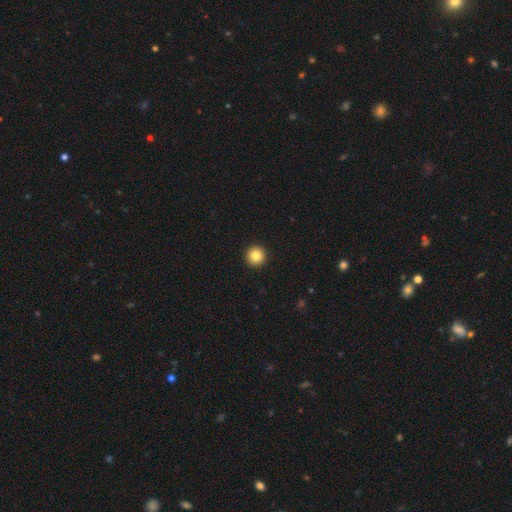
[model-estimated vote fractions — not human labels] Q: Smooth or featured?
A: smooth (83%); runner-up: star or artifact (10%)
Q: How rounded?
A: round (96%); runner-up: in between (3%)
Q: Merging?
A: none (94%); runner-up: minor disturbance (3%)